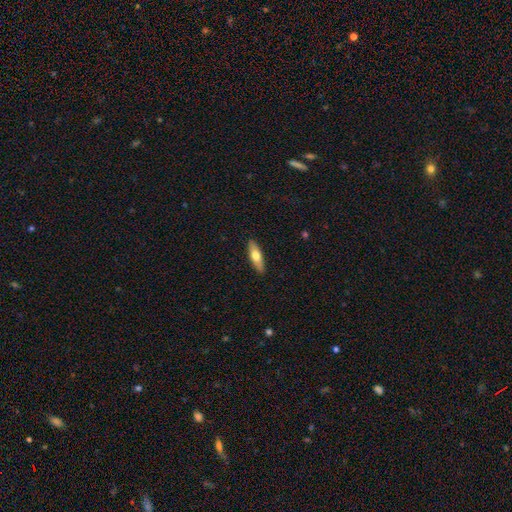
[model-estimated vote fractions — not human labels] Smooth or featured? Predicted: smooth (p=0.63). How rounded? Predicted: in between (p=0.50). Merging? Predicted: none (p=0.89).